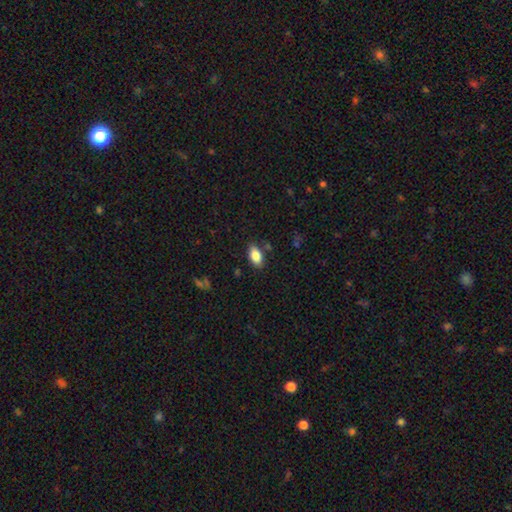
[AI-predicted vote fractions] A smooth galaxy with no disk features (84%) that is in between round and cigar-shaped (92%). Merging: none (83%).